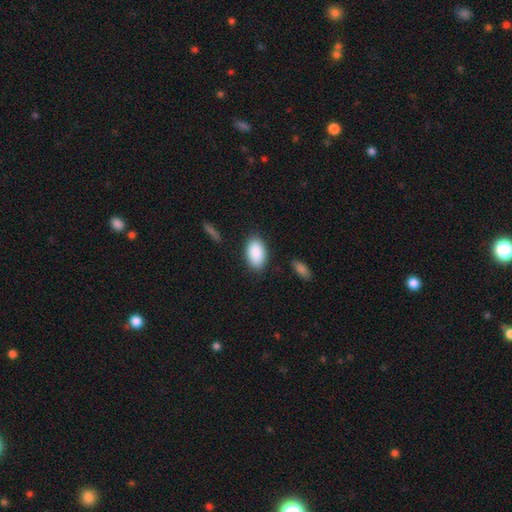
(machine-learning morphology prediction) Smooth or featured? Predicted: smooth (p=0.90). How rounded? Predicted: in between (p=0.94). Merging? Predicted: none (p=0.84).